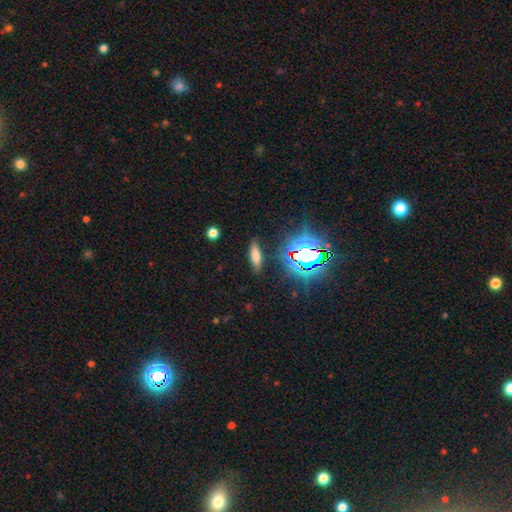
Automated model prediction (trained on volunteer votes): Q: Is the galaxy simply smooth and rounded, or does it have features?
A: smooth — 63%.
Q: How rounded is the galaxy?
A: cigar-shaped — 52%.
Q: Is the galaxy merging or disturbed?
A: none — 86%.